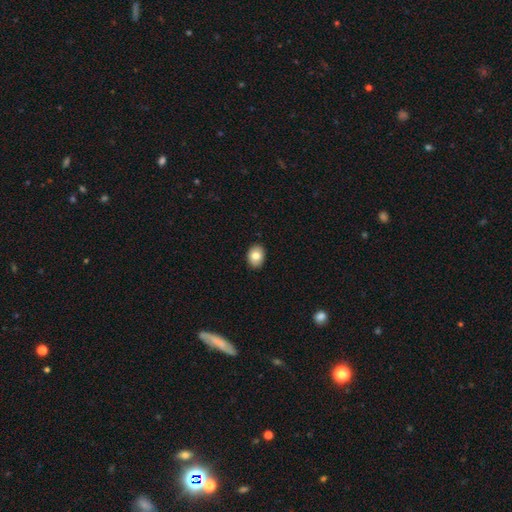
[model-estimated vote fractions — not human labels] The model was most divided on "how rounded": in between: 69%, round: 30%, cigar-shaped: 1%. More confident: merging — none (90%); smooth or featured — smooth (81%).